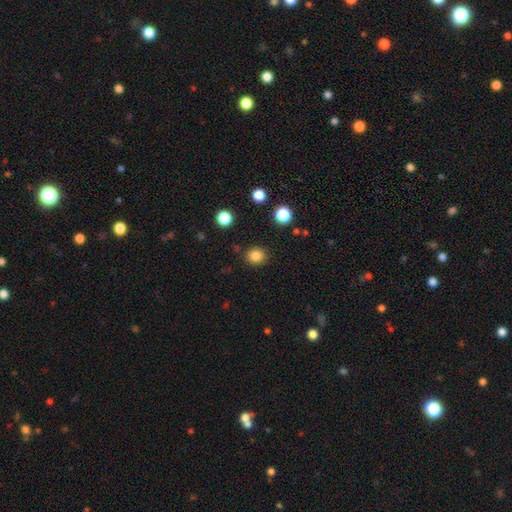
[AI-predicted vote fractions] Smooth or featured? Predicted: smooth (p=0.84). How rounded? Predicted: round (p=0.81). Merging? Predicted: none (p=0.88).